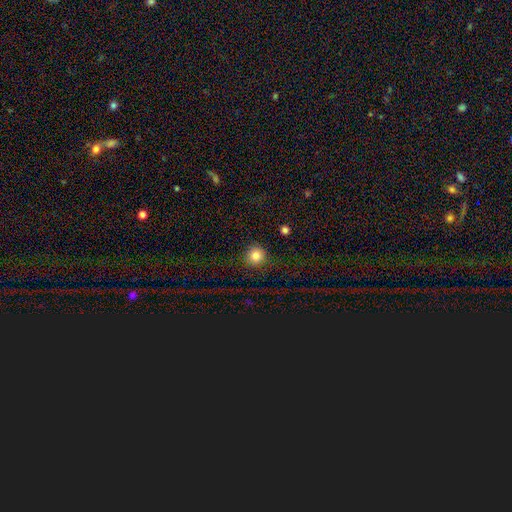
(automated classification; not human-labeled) Overall: smooth (84%). How rounded: round (94%). Merging: none (87%).